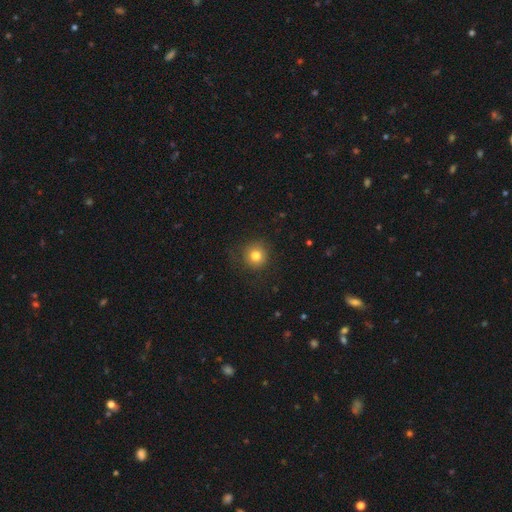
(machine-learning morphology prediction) smooth-or-featured: smooth: 79% | star or artifact: 13% | featured or disk: 8%
  how-rounded: round: 94% | in between: 5% | cigar-shaped: 1%
  merging: none: 85% | minor disturbance: 9% | major disturbance: 4% | merger: 1%